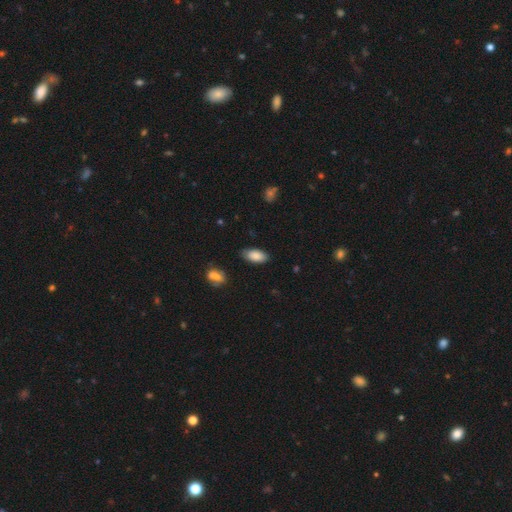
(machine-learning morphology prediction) A smooth galaxy with no disk features (86%) that is in between round and cigar-shaped (93%). Merging: none (81%).